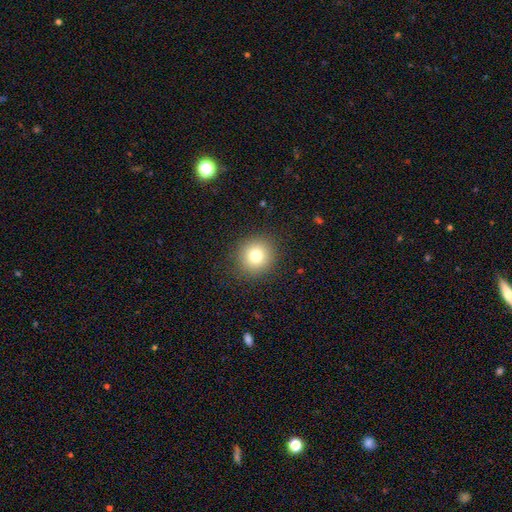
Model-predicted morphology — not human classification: Smooth or featured? smooth (78%)
How rounded? round (92%)
Merging? none (90%)